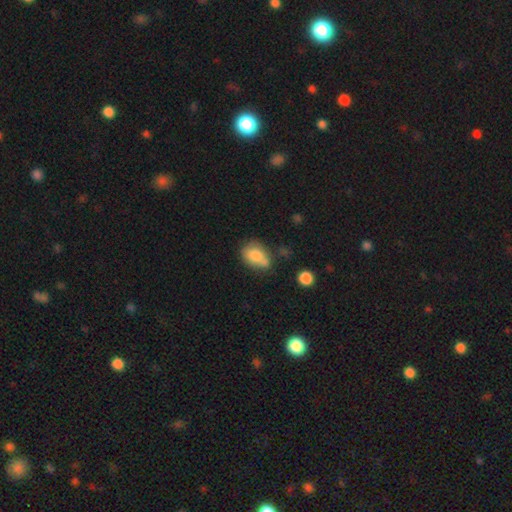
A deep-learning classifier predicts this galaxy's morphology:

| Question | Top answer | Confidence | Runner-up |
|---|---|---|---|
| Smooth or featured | smooth | 77% | featured or disk (14%) |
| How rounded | in between | 70% | round (29%) |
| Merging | none | 42% | merger (25%) |